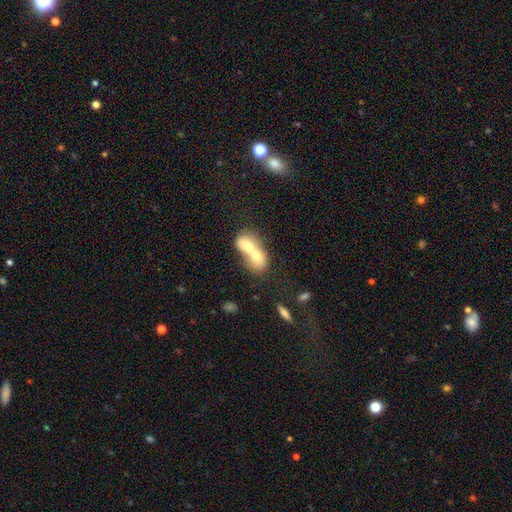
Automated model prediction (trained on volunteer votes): Smooth or featured? Predicted: smooth (p=0.64). How rounded? Predicted: in between (p=0.67). Merging? Predicted: merger (p=0.81).